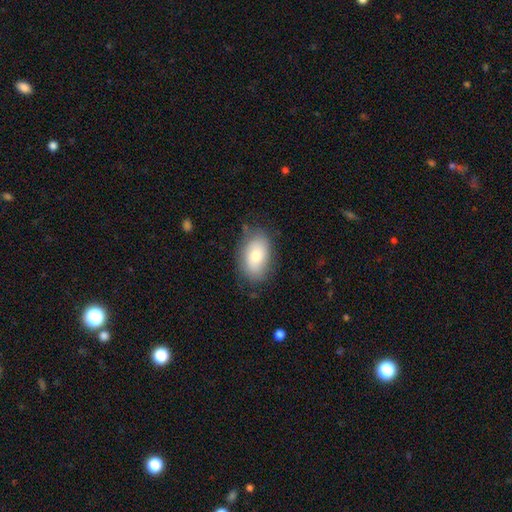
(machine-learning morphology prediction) smooth_or_featured: smooth (p=0.75) [alt: featured or disk p=0.18]
how_rounded: in between (p=0.91) [alt: round p=0.08]
merging: none (p=0.76) [alt: minor disturbance p=0.18]